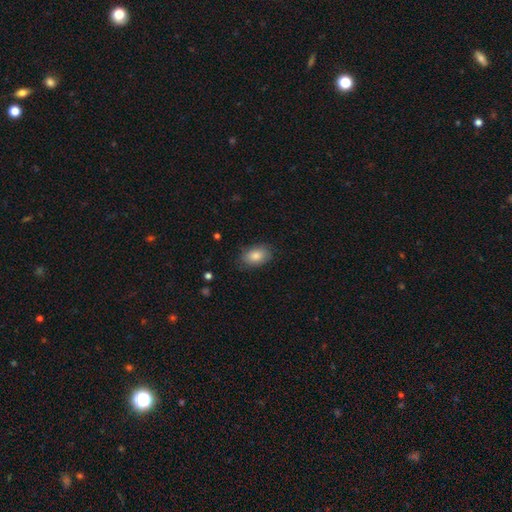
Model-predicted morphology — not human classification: This appears to be a smooth galaxy with no disk features (85%) that is in between round and cigar-shaped (87%). Merging: none (80%).